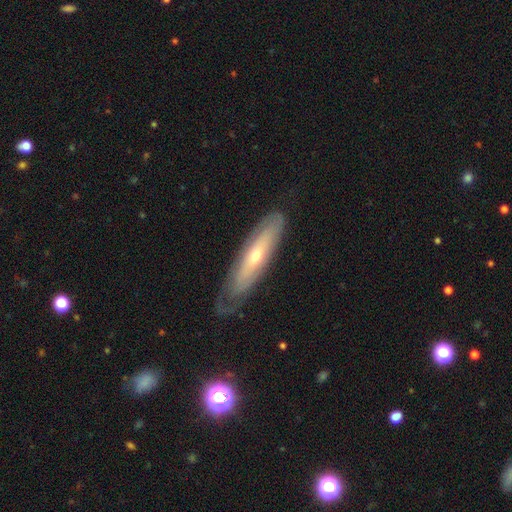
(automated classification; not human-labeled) This appears to be a featured or disk galaxy (64%). Merging: none (69%).